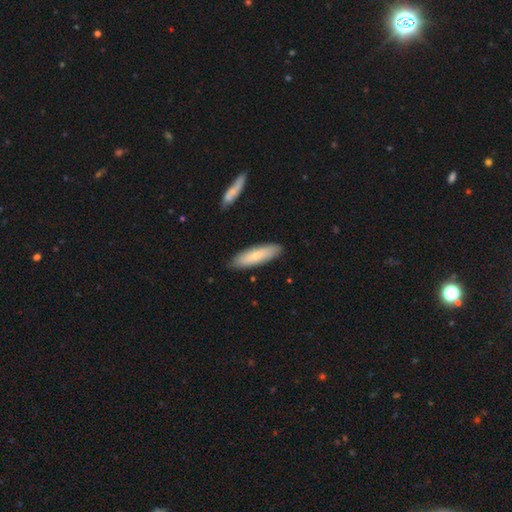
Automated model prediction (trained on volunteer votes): Smooth or featured? Predicted: smooth (p=0.74). How rounded? Predicted: cigar-shaped (p=0.58). Merging? Predicted: none (p=0.86).